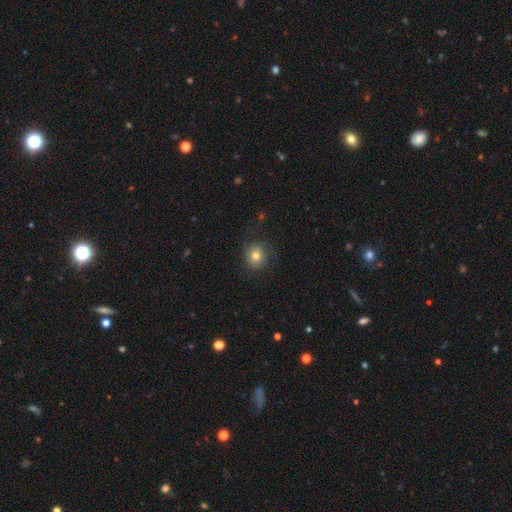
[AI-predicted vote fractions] This is likely a smooth galaxy (75%). How rounded: clearly round (80%). Merging: likely none (73%).